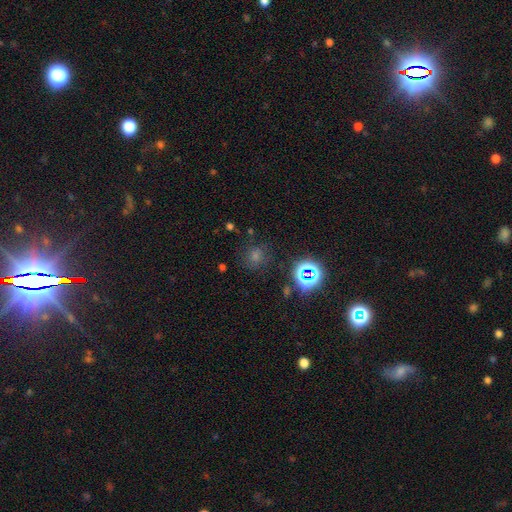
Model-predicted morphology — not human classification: smooth_or_featured: smooth (p=0.47) [alt: star or artifact p=0.43]
merging: none (p=0.82) [alt: minor disturbance p=0.11]